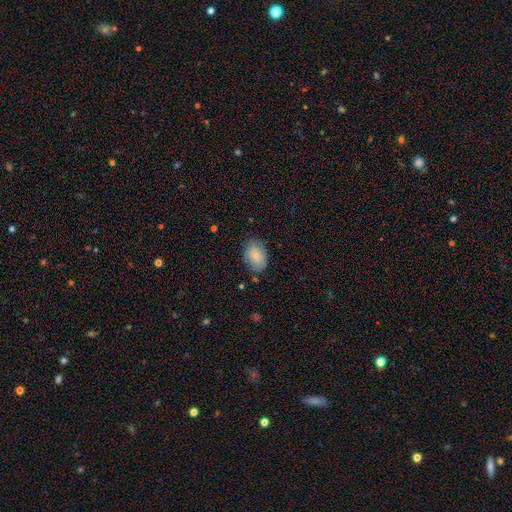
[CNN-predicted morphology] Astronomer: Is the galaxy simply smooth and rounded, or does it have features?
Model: smooth — 75%.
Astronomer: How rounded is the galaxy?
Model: in between — 83%.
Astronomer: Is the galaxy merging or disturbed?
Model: none — 74%.